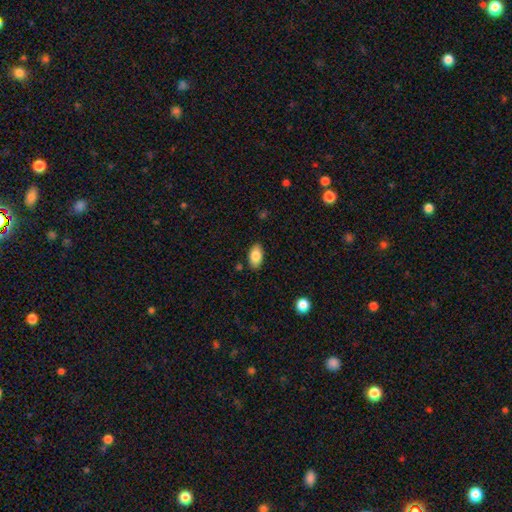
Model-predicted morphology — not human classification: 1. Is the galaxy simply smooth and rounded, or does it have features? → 84% smooth, 9% featured or disk, 7% star or artifact.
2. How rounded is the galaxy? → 93% in between, 5% round, 2% cigar-shaped.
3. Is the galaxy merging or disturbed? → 86% none, 10% minor disturbance, 2% major disturbance, 1% merger.